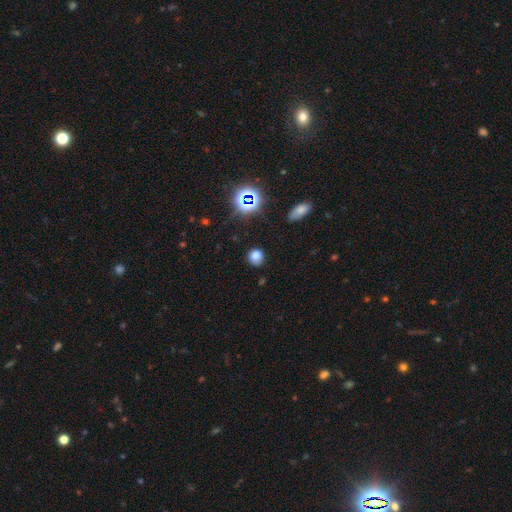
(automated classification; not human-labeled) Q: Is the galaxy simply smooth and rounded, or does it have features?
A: smooth — 75%.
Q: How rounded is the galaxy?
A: round — 86%.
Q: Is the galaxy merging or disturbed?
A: none — 81%.